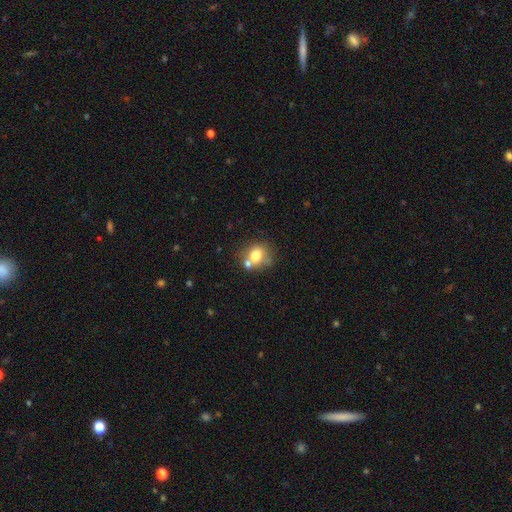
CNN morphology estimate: smooth 73%, featured or disk 17%, star or artifact 11%. Down the decision tree: how rounded — round (66%); merging — none (49%).